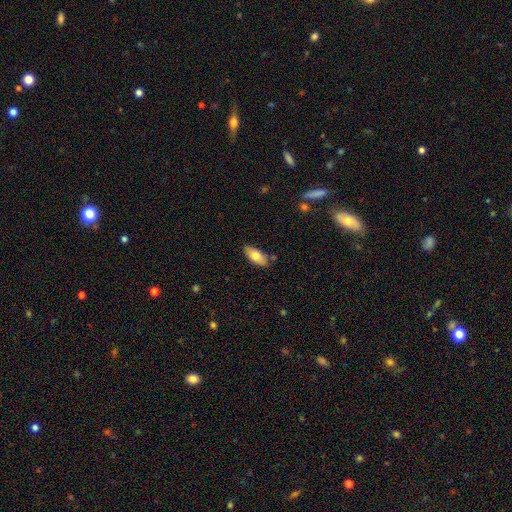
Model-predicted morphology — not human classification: type=smooth (75%); roundness=in between (86%); merging=none (80%).